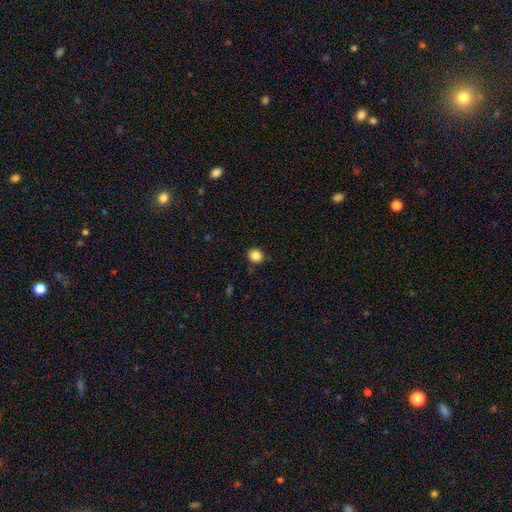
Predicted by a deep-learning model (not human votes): A smooth galaxy with no disk features (85%) that is round (85%).

Vote fractions:
- Smooth or featured? smooth: 85% / star or artifact: 10% / featured or disk: 5%
- How rounded? round: 85% / in between: 14% / cigar-shaped: 1%
- Merging? none: 87% / minor disturbance: 9% / major disturbance: 2% / merger: 2%